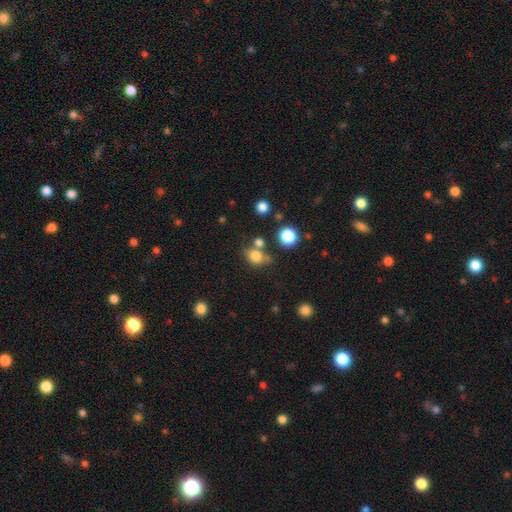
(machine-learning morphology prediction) Overall: smooth (77%). How rounded: round (54%; in between 45%). Merging: none (53%; merger 23%).